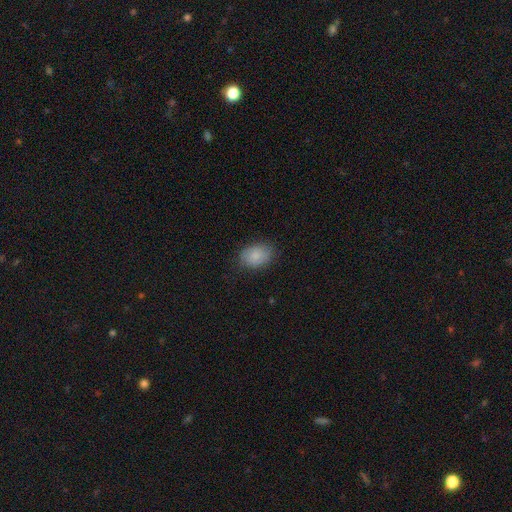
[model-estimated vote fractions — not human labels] Smooth or featured? smooth (85%)
How rounded? in between (78%)
Merging? none (80%)